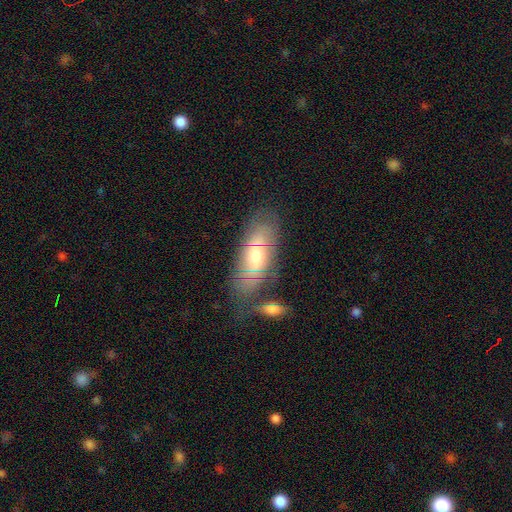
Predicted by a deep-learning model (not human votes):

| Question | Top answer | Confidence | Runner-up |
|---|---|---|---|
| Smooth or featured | featured or disk | 54% | smooth (38%) |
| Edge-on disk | no | 81% | yes (19%) |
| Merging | none | 59% | minor disturbance (21%) |